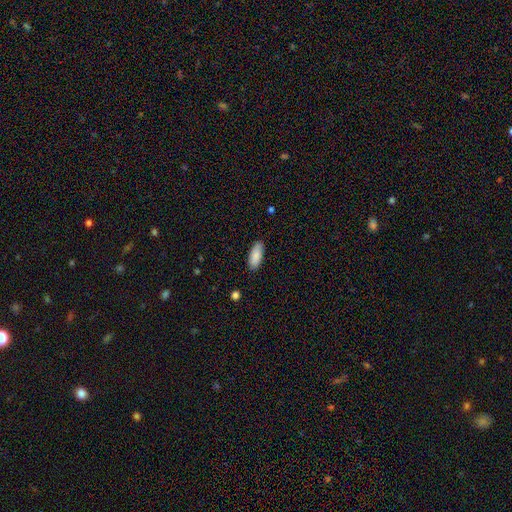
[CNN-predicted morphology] A smooth galaxy with no disk features (88%) that is in between round and cigar-shaped (80%). Merging: none (87%).